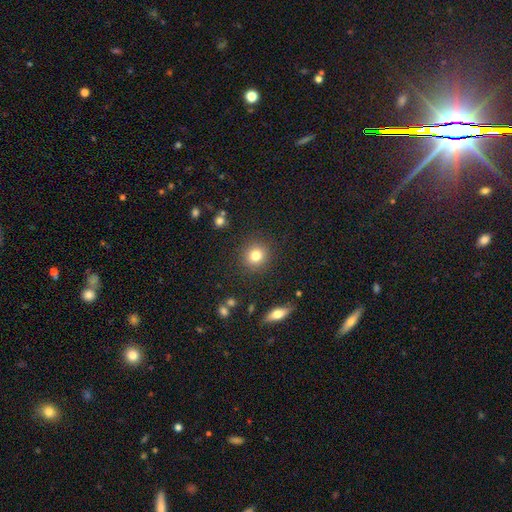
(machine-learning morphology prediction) A smooth galaxy with no disk features (81%) that is round (90%).

Vote fractions:
- Smooth or featured? smooth: 81% / star or artifact: 11% / featured or disk: 8%
- How rounded? round: 90% / in between: 9% / cigar-shaped: 1%
- Merging? none: 89% / minor disturbance: 7% / major disturbance: 3% / merger: 2%